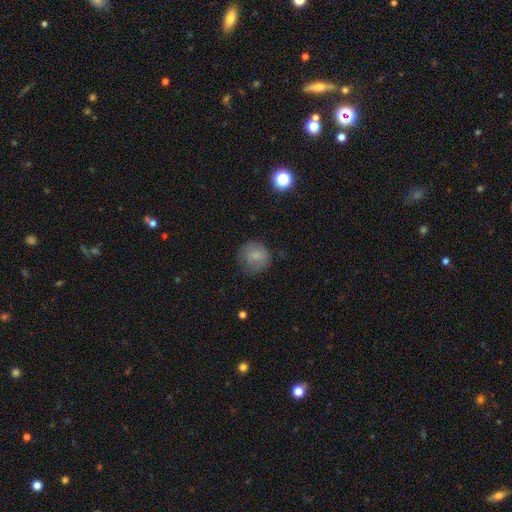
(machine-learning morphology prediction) The model was most divided on "merging": none: 64%, minor disturbance: 23%, major disturbance: 11%, merger: 2%. More confident: how rounded — round (86%); smooth or featured — smooth (76%).